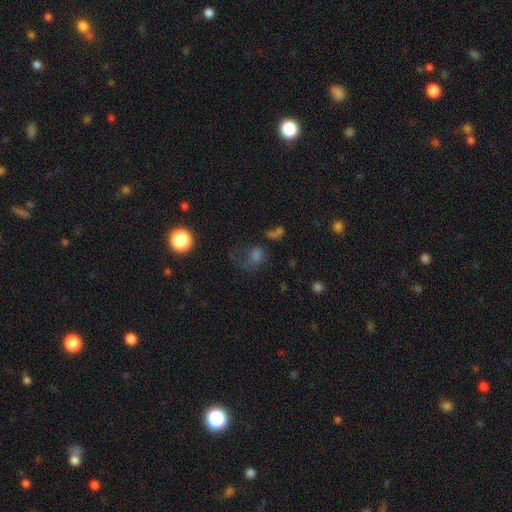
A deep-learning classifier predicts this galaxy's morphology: smooth-or-featured: smooth: 51% | star or artifact: 30% | featured or disk: 19%
  how-rounded: round: 55% | in between: 43% | cigar-shaped: 2%
  merging: none: 38% | major disturbance: 36% | minor disturbance: 19% | merger: 7%